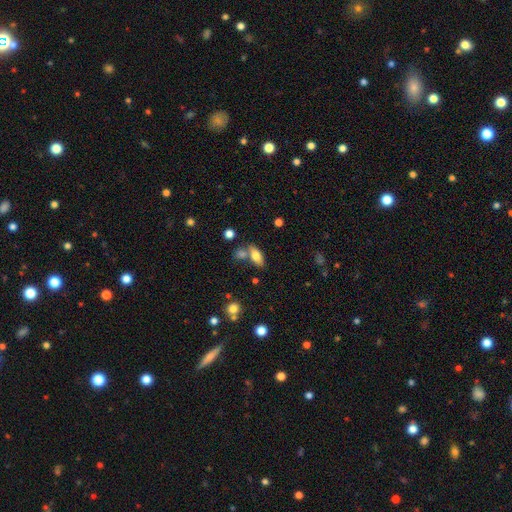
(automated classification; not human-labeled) A smooth galaxy with no disk features (74%) that is in between round and cigar-shaped (81%). Merging: none (61%).